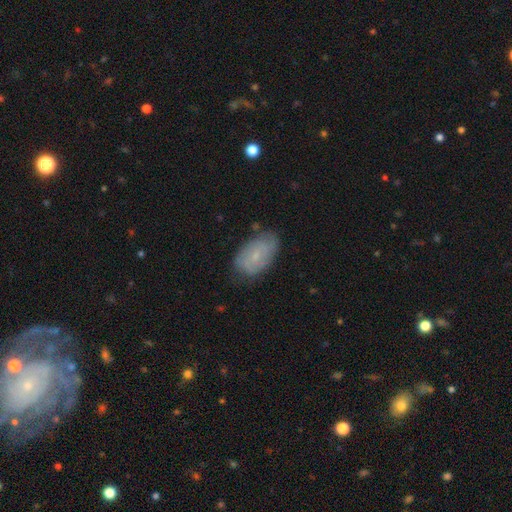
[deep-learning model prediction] A featured or disk galaxy (46%, tied with smooth). Merging: none (70%).